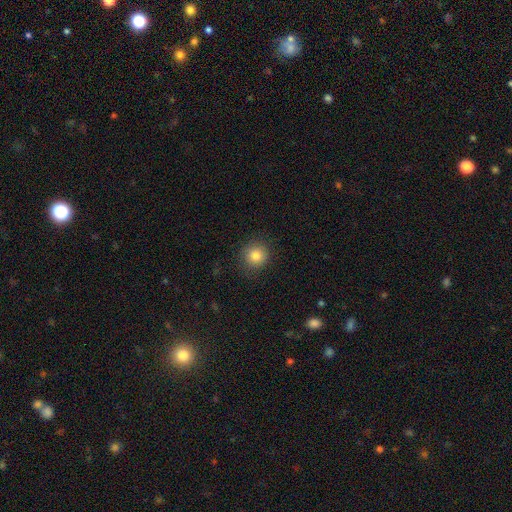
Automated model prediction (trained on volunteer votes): Smooth or featured: smooth — 82% (star or artifact — 11%)
How rounded: round — 92% (in between — 7%)
Merging: none — 88% (minor disturbance — 8%)